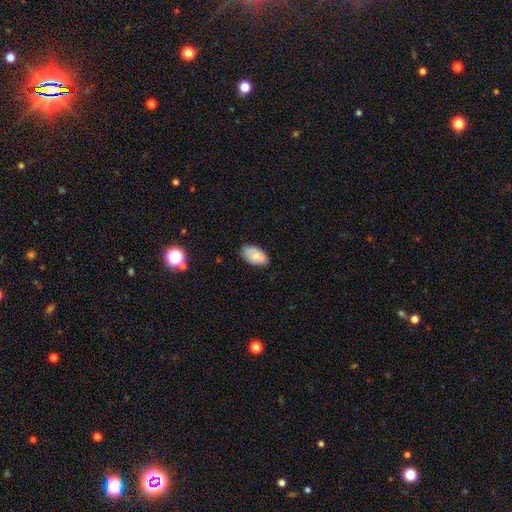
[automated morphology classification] Q: Smooth or featured?
A: smooth (70%); runner-up: featured or disk (22%)
Q: How rounded?
A: in between (93%); runner-up: round (6%)
Q: Merging?
A: none (71%); runner-up: minor disturbance (22%)